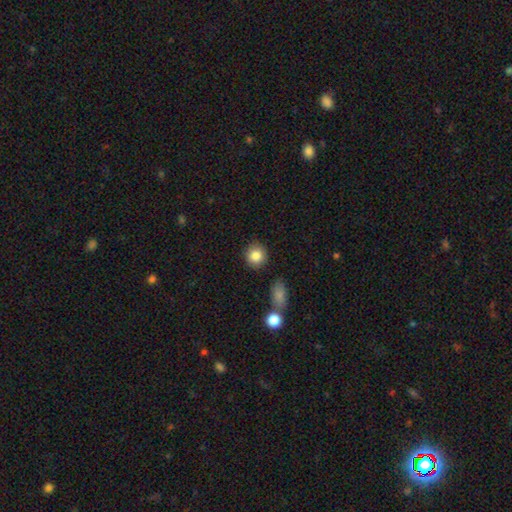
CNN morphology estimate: This appears to be a smooth galaxy with no disk features (85%) that is round (85%). Merging: none (86%).